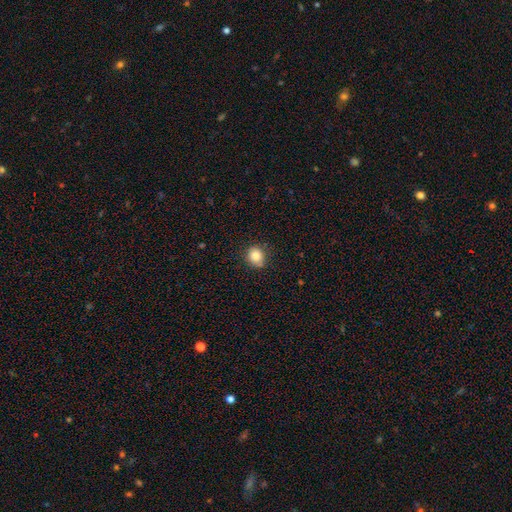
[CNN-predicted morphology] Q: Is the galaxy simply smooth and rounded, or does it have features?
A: smooth — 83%.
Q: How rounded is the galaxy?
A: round — 77%.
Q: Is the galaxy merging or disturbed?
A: none — 81%.